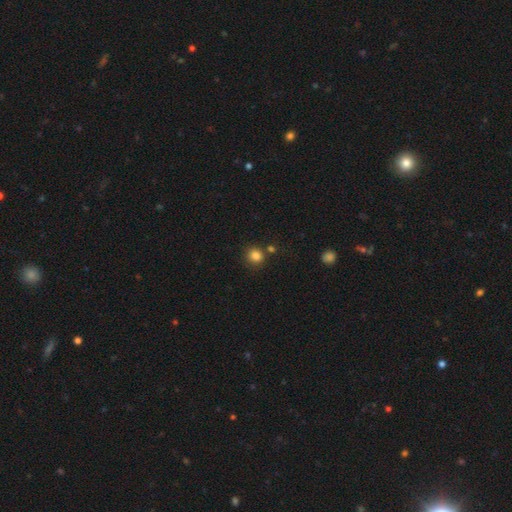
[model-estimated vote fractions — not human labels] Q: Smooth or featured?
A: smooth (84%); runner-up: star or artifact (12%)
Q: How rounded?
A: round (87%); runner-up: in between (12%)
Q: Merging?
A: none (77%); runner-up: merger (10%)